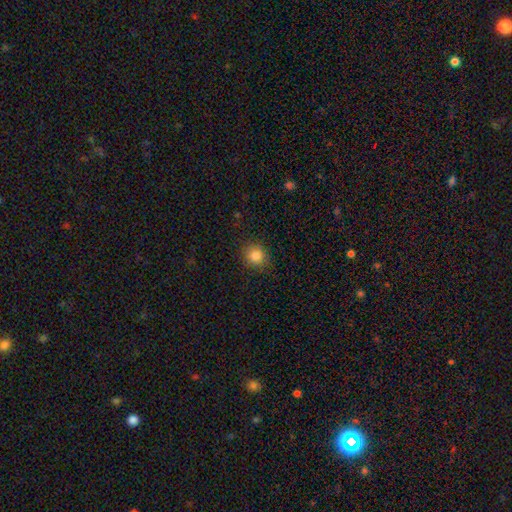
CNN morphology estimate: Smooth or featured: smooth — 84% (star or artifact — 11%)
How rounded: round — 85% (in between — 14%)
Merging: none — 89% (minor disturbance — 8%)